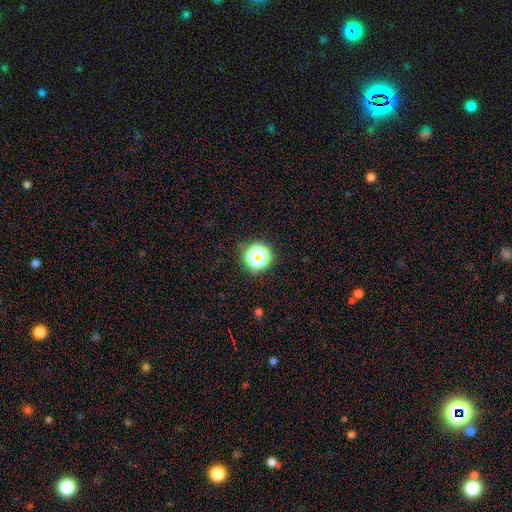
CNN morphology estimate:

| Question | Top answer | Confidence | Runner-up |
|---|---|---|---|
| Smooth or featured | star or artifact | 56% | smooth (34%) |